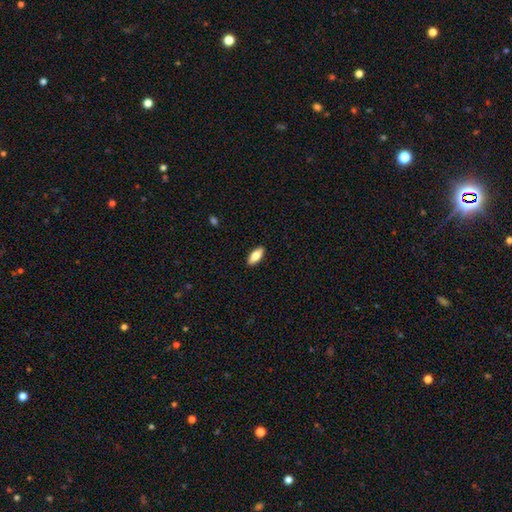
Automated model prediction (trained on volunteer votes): Overall: smooth (76%). How rounded: in between (78%). Merging: none (90%).